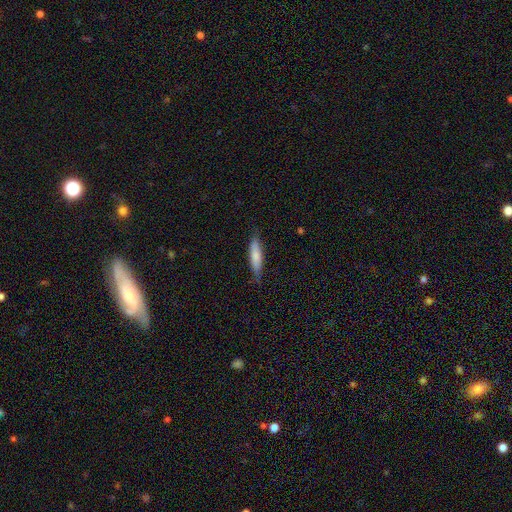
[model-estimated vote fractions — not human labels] This appears to be a smooth galaxy with no disk features (75%) that is cigar-shaped (74%). Merging: none (76%).